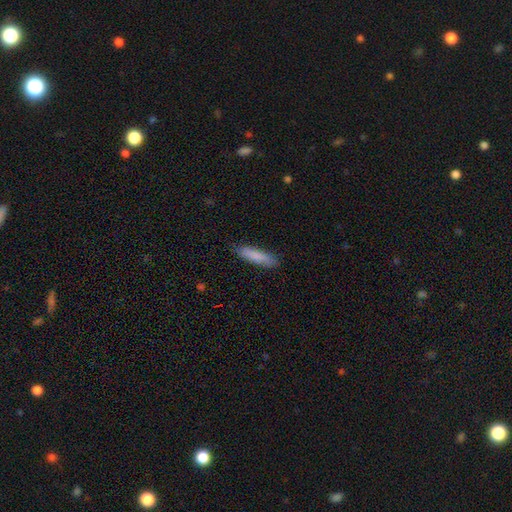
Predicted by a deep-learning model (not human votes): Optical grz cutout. It shows a smooth galaxy with no disk features (82%) that is cigar-shaped (77%). Merging: none (84%).